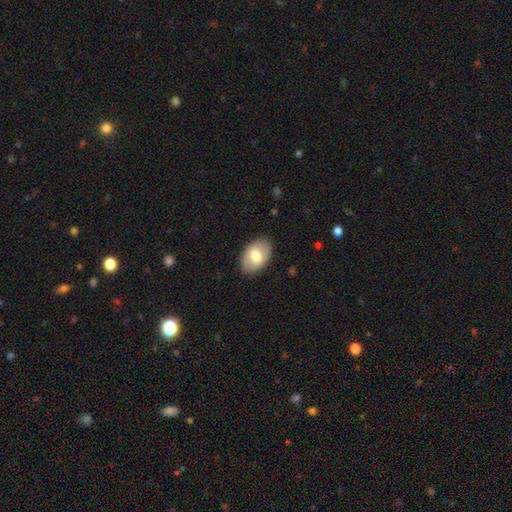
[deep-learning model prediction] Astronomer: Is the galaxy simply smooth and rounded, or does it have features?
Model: smooth — 70%.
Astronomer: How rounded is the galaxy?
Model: in between — 87%.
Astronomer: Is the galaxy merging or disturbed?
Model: none — 87%.